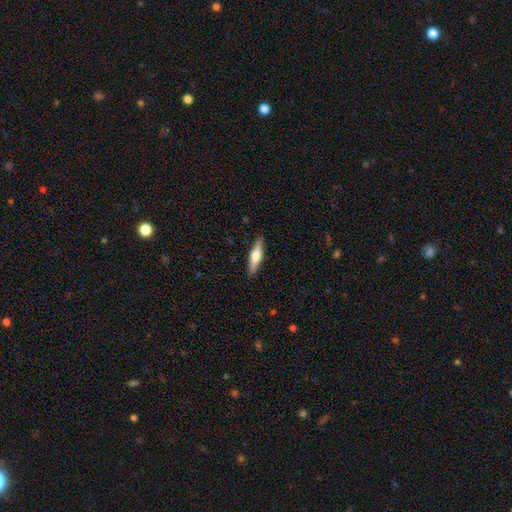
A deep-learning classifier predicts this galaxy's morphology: Smooth or featured? featured or disk (48%)
Merging? none (90%)